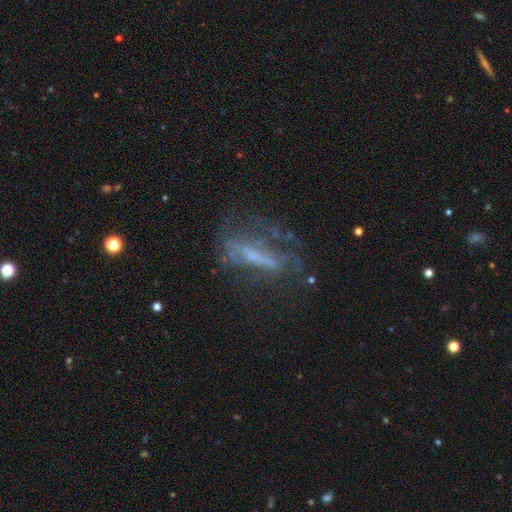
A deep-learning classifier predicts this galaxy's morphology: Overall: featured or disk (62%). Edge-on disk: no (73%). Merging: none (45%; major disturbance 32%).